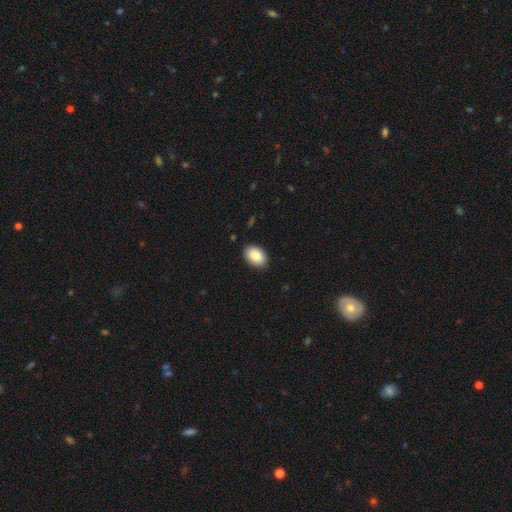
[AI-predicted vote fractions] Smooth or featured: smooth — 86% (featured or disk — 7%)
How rounded: in between — 87% (round — 12%)
Merging: none — 89% (minor disturbance — 8%)